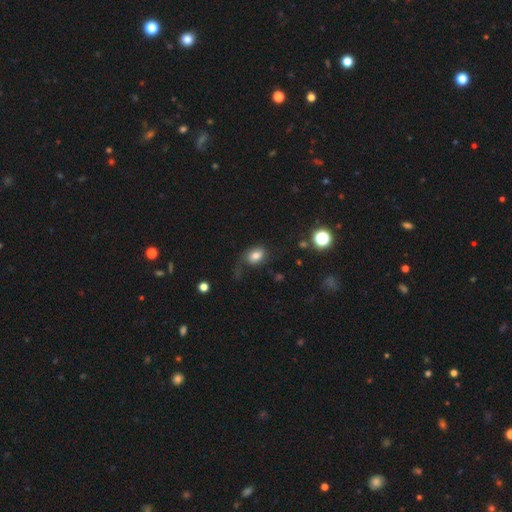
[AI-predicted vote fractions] Smooth or featured? smooth (72%)
How rounded? in between (78%)
Merging? none (45%)